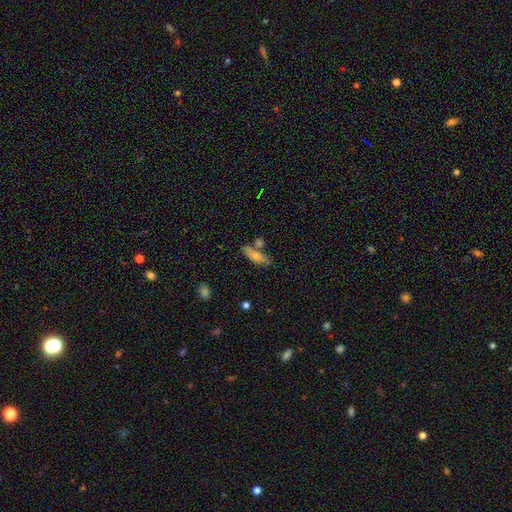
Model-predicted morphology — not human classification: smooth_or_featured: smooth (p=0.65) [alt: featured or disk p=0.28]
how_rounded: in between (p=0.57) [alt: cigar-shaped p=0.40]
merging: none (p=0.66) [alt: merger p=0.16]